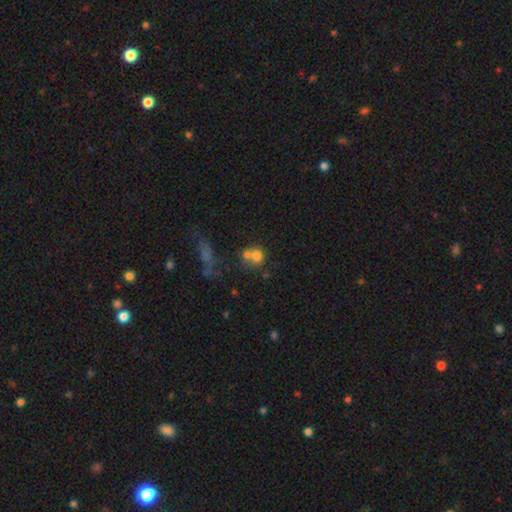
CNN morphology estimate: A smooth galaxy with no disk features (70%) that is round (74%).

Vote fractions:
- Smooth or featured? smooth: 70% / featured or disk: 17% / star or artifact: 13%
- How rounded? round: 74% / in between: 25% / cigar-shaped: 1%
- Merging? merger: 53% / none: 32% / minor disturbance: 9% / major disturbance: 6%